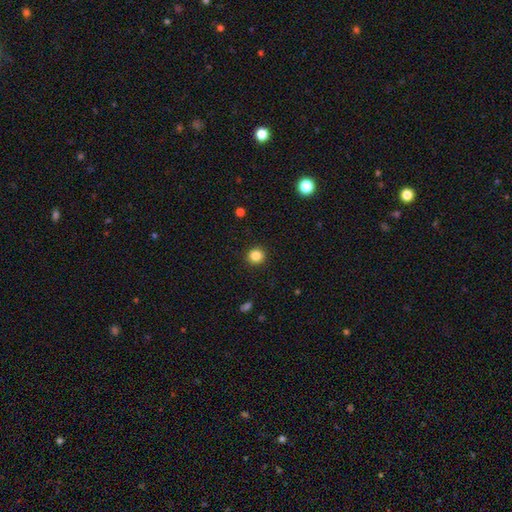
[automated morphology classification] This appears to be a smooth galaxy with no disk features (85%) that is round (93%). Merging: none (92%).